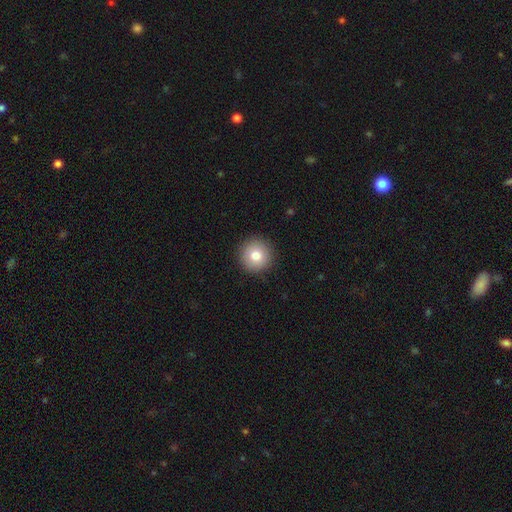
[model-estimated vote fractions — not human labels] smooth_or_featured: smooth (p=0.80) [alt: featured or disk p=0.10]
how_rounded: round (p=0.95) [alt: in between p=0.04]
merging: none (p=0.92) [alt: minor disturbance p=0.06]